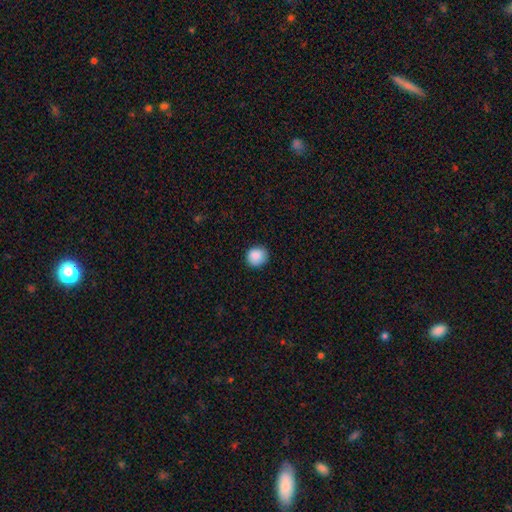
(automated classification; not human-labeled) A smooth galaxy with no disk features (89%) that is round (86%). Merging: none (86%).